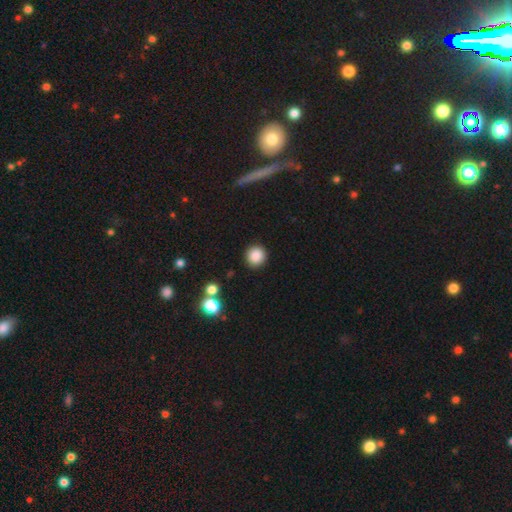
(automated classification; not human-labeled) A smooth galaxy with no disk features (87%) that is round (91%).

Vote fractions:
- Smooth or featured? smooth: 87% / star or artifact: 10% / featured or disk: 4%
- How rounded? round: 91% / in between: 7% / cigar-shaped: 1%
- Merging? none: 89% / minor disturbance: 6% / major disturbance: 2% / merger: 2%